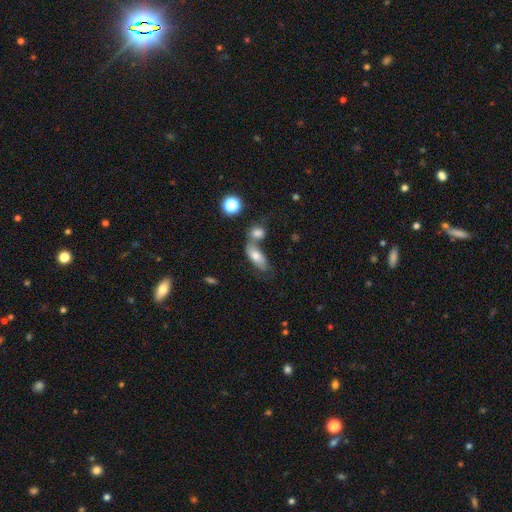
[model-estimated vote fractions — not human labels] Overall: smooth (70%). How rounded: in between (79%). Merging: merger (42%; none 38%).